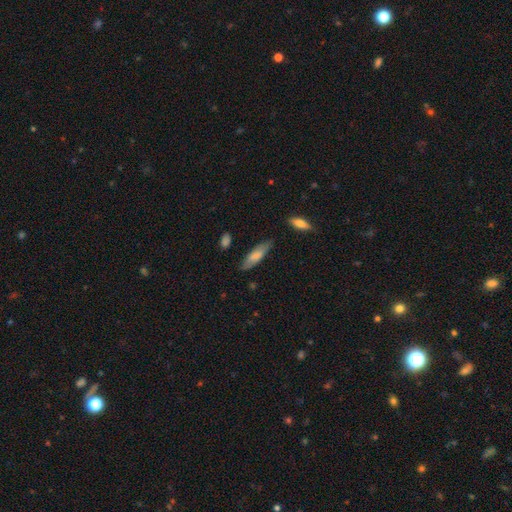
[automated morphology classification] A smooth galaxy with no disk features (74%) that is cigar-shaped (57%). Merging: none (79%).